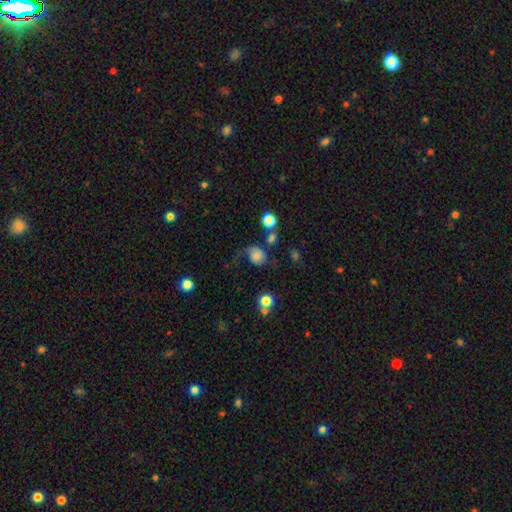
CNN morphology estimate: smooth 56%, featured or disk 33%, star or artifact 10%. Down the decision tree: how rounded — round (53%); merging — major disturbance (35%).